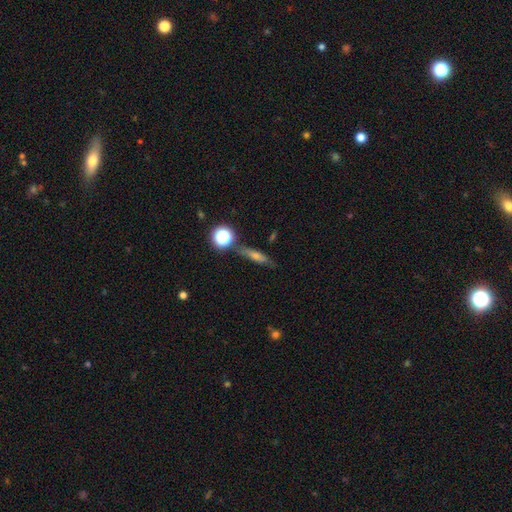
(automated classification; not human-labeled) Overall: featured or disk (42%; smooth 37%). Merging: none (79%).